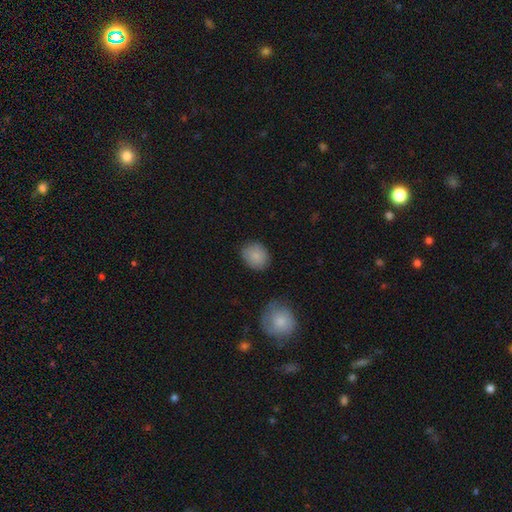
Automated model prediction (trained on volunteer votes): Smooth or featured?
  - smooth: 86% *
  - star or artifact: 7%
  - featured or disk: 7%
How rounded?
  - round: 58% *
  - in between: 41%
  - cigar-shaped: 1%
Merging?
  - none: 83% *
  - minor disturbance: 12%
  - major disturbance: 3%
  - merger: 2%